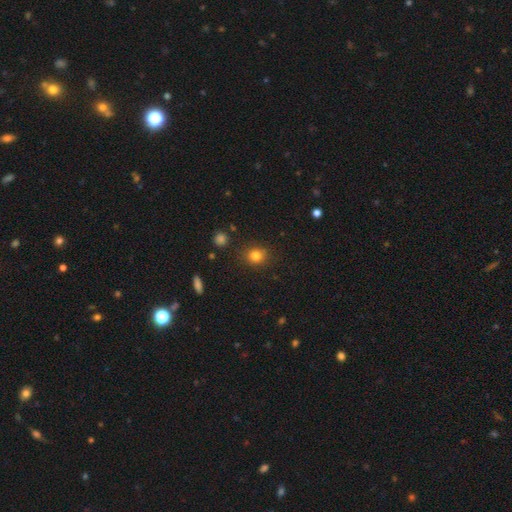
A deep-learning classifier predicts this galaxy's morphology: Smooth or featured? smooth (81%)
How rounded? round (74%)
Merging? none (86%)